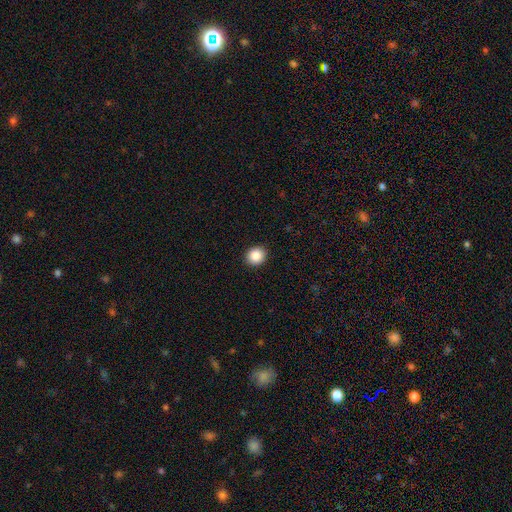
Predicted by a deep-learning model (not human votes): Overall: smooth (88%). How rounded: round (82%). Merging: none (92%).